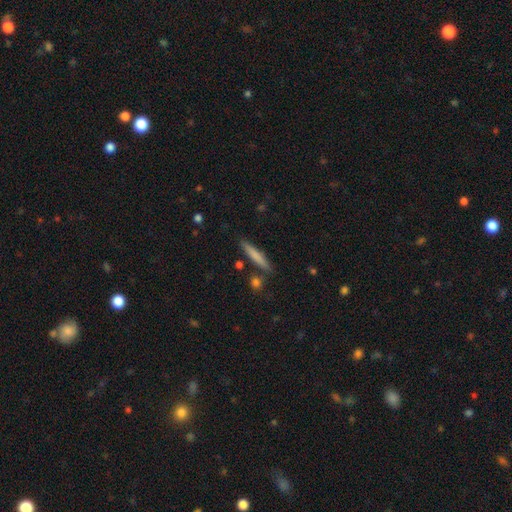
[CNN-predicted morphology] smooth-or-featured: smooth: 74% | featured or disk: 21% | star or artifact: 6%
  how-rounded: cigar-shaped: 92% | in between: 6% | round: 2%
  merging: none: 84% | minor disturbance: 10% | merger: 4% | major disturbance: 2%